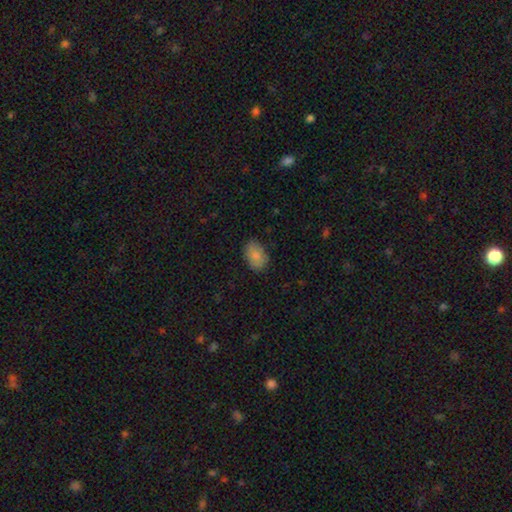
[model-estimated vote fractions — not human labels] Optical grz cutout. It shows a smooth galaxy with no disk features (85%) that is in between round and cigar-shaped (85%). Merging: none (81%).